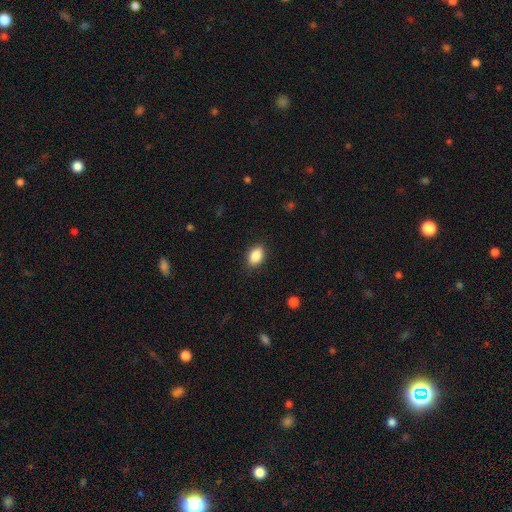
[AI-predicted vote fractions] smooth 88%, star or artifact 8%, featured or disk 4%. Down the decision tree: how rounded — in between (83%); merging — none (87%).